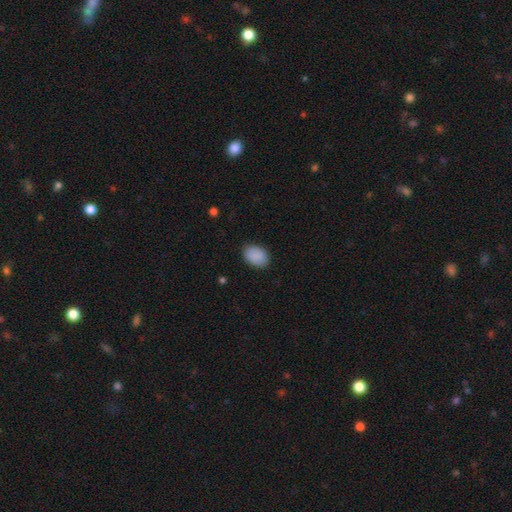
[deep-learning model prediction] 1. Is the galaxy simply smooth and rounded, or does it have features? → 90% smooth, 7% star or artifact, 4% featured or disk.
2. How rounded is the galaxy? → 81% in between, 18% round, 1% cigar-shaped.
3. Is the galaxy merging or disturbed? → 87% none, 10% minor disturbance, 2% major disturbance, 1% merger.